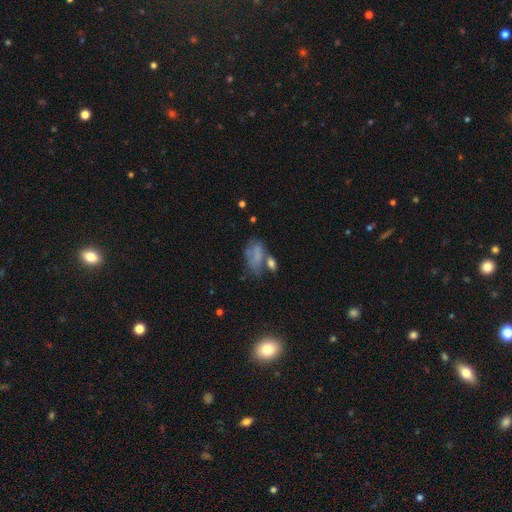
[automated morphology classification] Smooth or featured? Predicted: smooth (p=0.60). How rounded? Predicted: in between (p=0.87). Merging? Predicted: none (p=0.33).